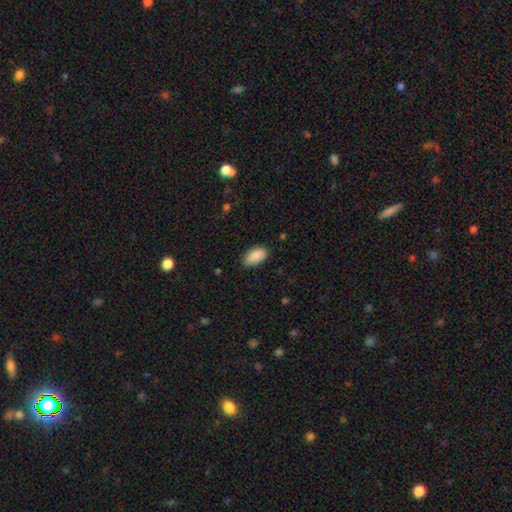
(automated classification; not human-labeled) The model was most divided on "merging": none: 83%, minor disturbance: 13%, major disturbance: 3%, merger: 1%. More confident: how rounded — in between (95%); smooth or featured — smooth (90%).